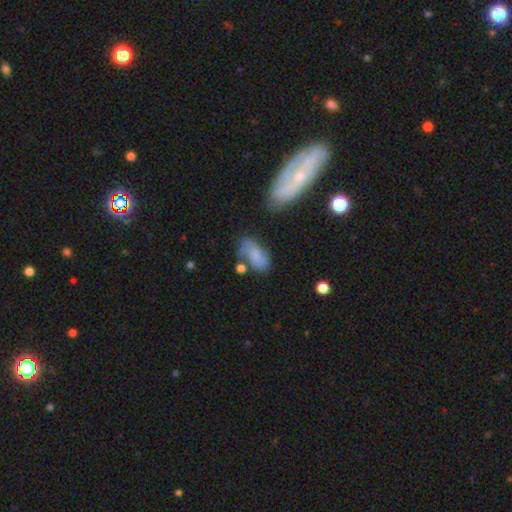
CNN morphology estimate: A smooth galaxy with no disk features (64%) that is in between round and cigar-shaped (90%).

Vote fractions:
- Smooth or featured? smooth: 64% / featured or disk: 27% / star or artifact: 10%
- How rounded? in between: 90% / round: 6% / cigar-shaped: 3%
- Merging? none: 42% / minor disturbance: 28% / major disturbance: 17% / merger: 13%